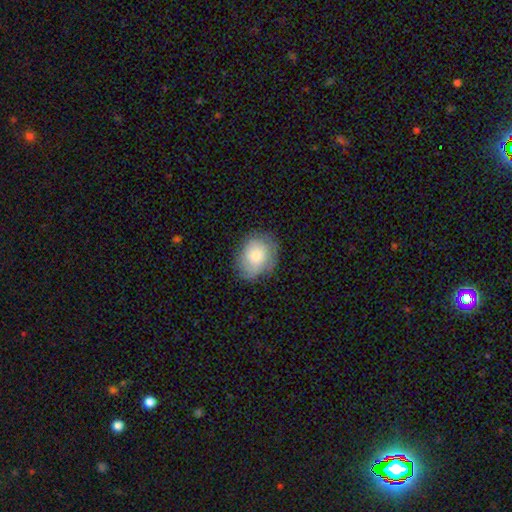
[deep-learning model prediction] Overall: smooth (69%). How rounded: in between (55%; round 44%). Merging: none (71%).